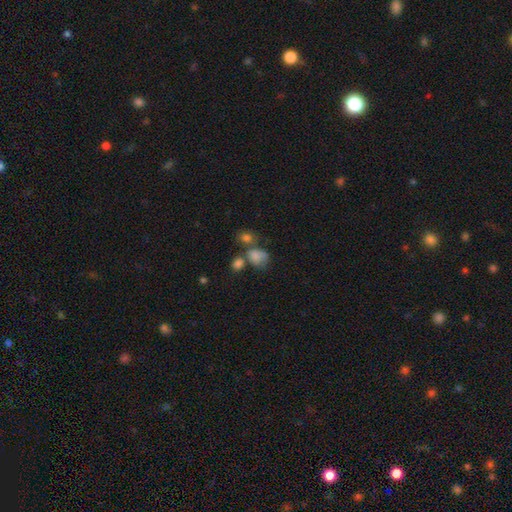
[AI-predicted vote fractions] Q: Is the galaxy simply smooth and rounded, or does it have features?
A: smooth — 71%.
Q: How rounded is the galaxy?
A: round — 51%.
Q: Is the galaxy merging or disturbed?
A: merger — 34%.